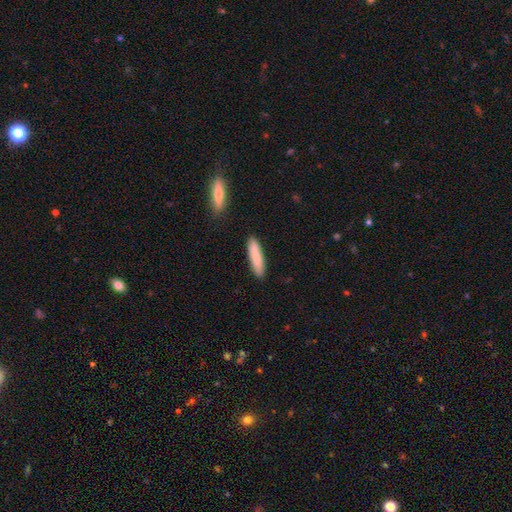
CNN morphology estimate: This is clearly a smooth galaxy (85%). How rounded: likely cigar-shaped (74%). Merging: clearly none (88%).